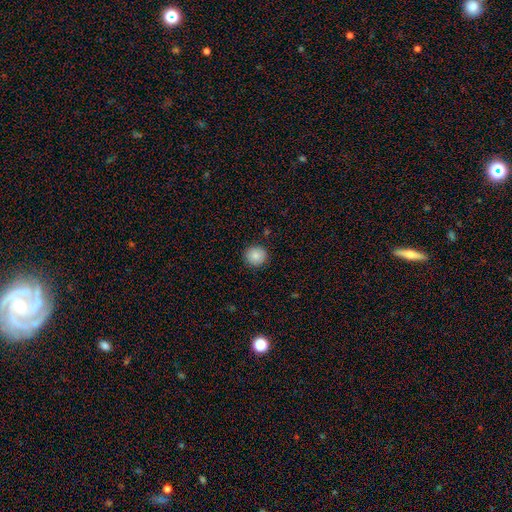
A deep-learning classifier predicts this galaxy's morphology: Smooth or featured?
  - smooth: 87% *
  - star or artifact: 9%
  - featured or disk: 5%
How rounded?
  - round: 93% *
  - in between: 6%
  - cigar-shaped: 1%
Merging?
  - none: 91% *
  - minor disturbance: 7%
  - major disturbance: 2%
  - merger: 1%